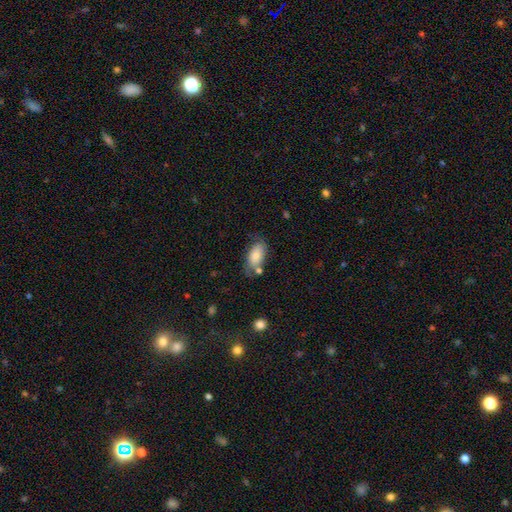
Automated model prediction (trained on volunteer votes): Morphology: type=smooth (79%); roundness=in between (93%); merging=none (57%).